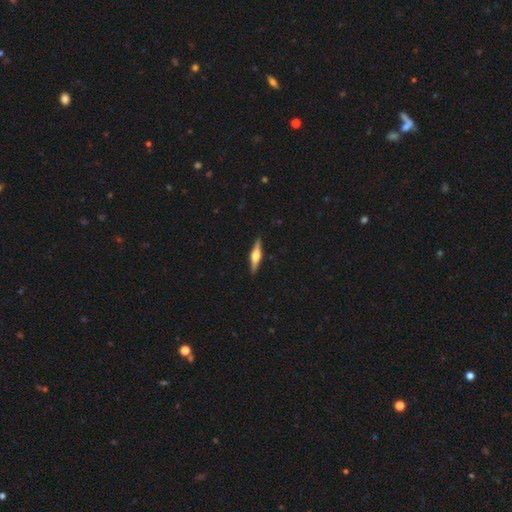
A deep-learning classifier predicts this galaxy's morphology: Smooth or featured: featured or disk — 68% (smooth — 27%)
Edge-on disk: yes — 97% (no — 3%)
Edge-on bulge: rounded — 91% (boxy — 7%)
Merging: none — 91% (minor disturbance — 7%)